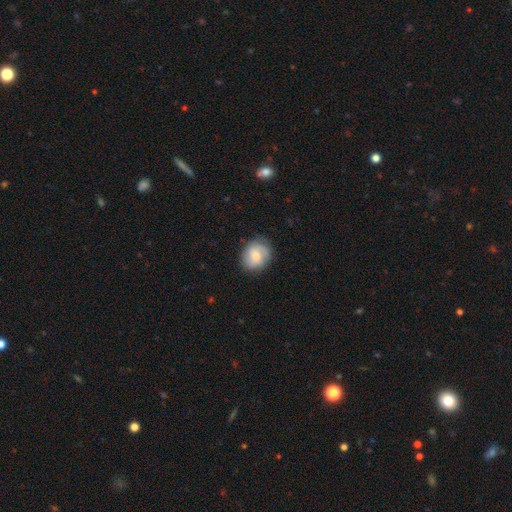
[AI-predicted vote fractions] A smooth galaxy with no disk features (55%) that is round (74%). Merging: none (81%).